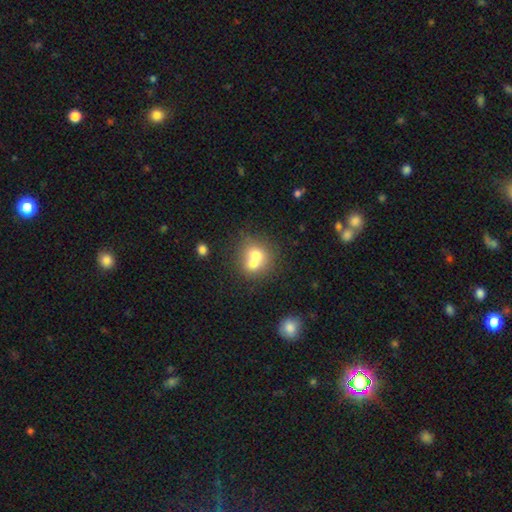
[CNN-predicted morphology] Q: Smooth or featured?
A: smooth (66%); runner-up: featured or disk (23%)
Q: How rounded?
A: round (74%); runner-up: in between (25%)
Q: Merging?
A: merger (63%); runner-up: none (28%)